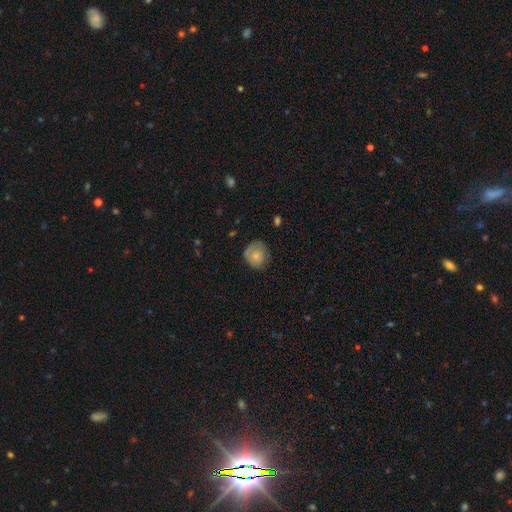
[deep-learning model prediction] smooth 66%, featured or disk 27%, star or artifact 7%. Down the decision tree: how rounded — round (79%); merging — none (63%).